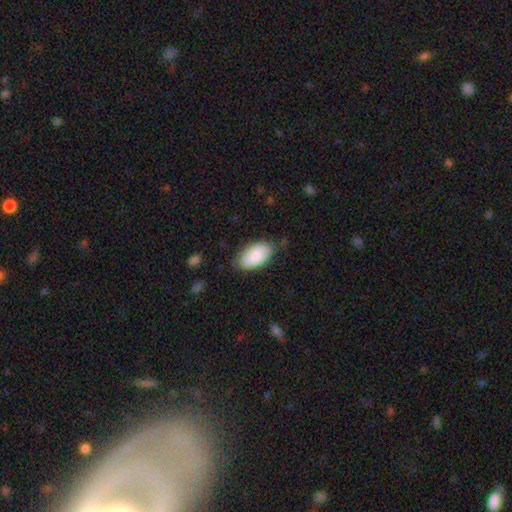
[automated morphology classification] Smooth or featured?
  - smooth: 82% *
  - featured or disk: 12%
  - star or artifact: 6%
How rounded?
  - in between: 95% *
  - round: 3%
  - cigar-shaped: 2%
Merging?
  - none: 74% *
  - minor disturbance: 20%
  - major disturbance: 4%
  - merger: 2%